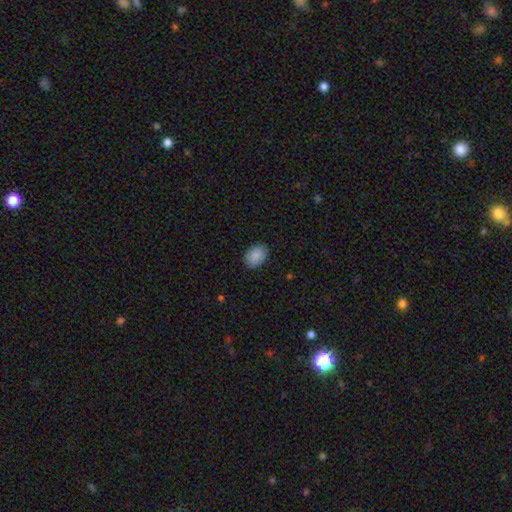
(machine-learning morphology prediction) Smooth or featured?
  - smooth: 90% *
  - star or artifact: 7%
  - featured or disk: 3%
How rounded?
  - in between: 69% *
  - round: 30%
  - cigar-shaped: 1%
Merging?
  - none: 88% *
  - minor disturbance: 9%
  - major disturbance: 2%
  - merger: 1%